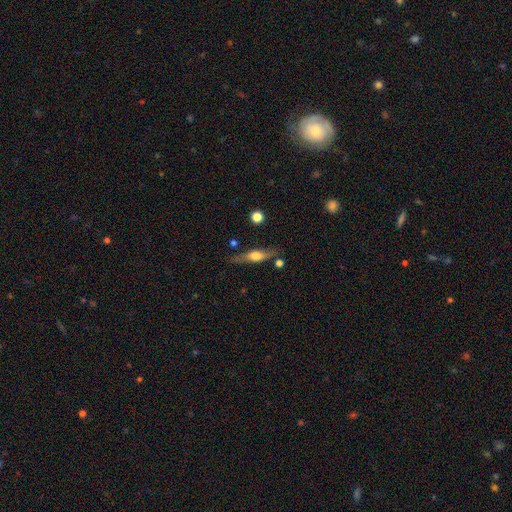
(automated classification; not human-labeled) Overall: featured or disk (58%; smooth 36%). Edge-on disk: yes (89%). Edge-on bulge: rounded (88%). Merging: none (75%).